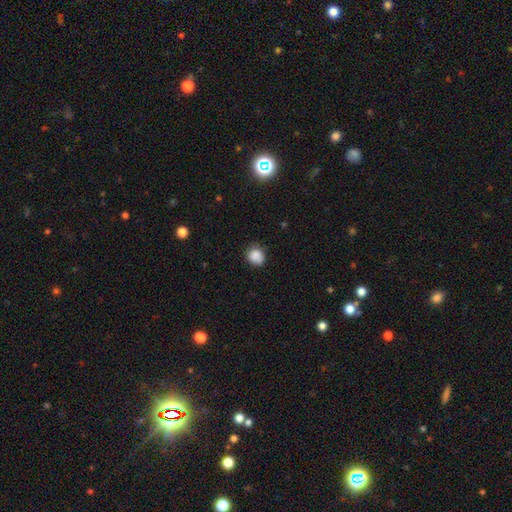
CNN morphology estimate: Smooth or featured? Predicted: smooth (p=0.84). How rounded? Predicted: round (p=0.75). Merging? Predicted: none (p=0.69).